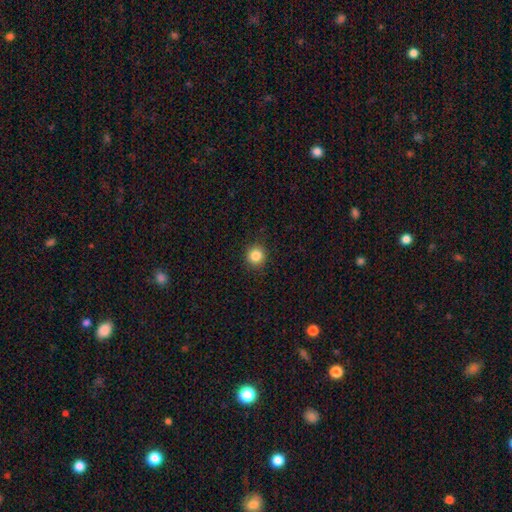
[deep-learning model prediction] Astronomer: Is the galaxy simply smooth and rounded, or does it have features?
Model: smooth — 85%.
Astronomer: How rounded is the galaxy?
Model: round — 93%.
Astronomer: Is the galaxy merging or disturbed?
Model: none — 91%.